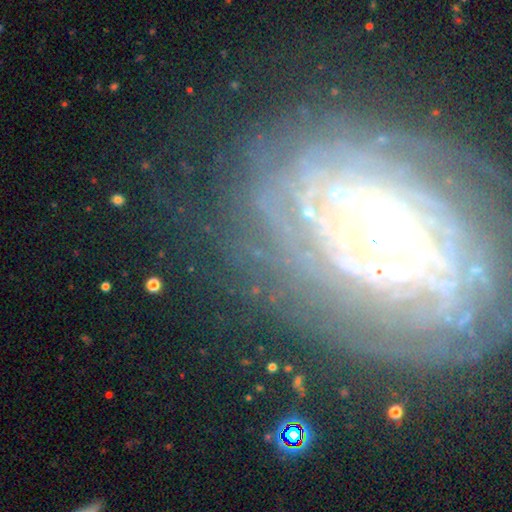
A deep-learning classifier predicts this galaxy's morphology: A featured or disk galaxy (80%) with no bar (77%), tight (80%) spiral arms (88%) and a moderate central bulge (49%).

Vote fractions:
- Smooth or featured? featured or disk: 80% / star or artifact: 10% / smooth: 9%
- Edge-on disk? no: 95% / yes: 5%
- Bar? no: 77% / weak: 16% / strong: 8%
- Spiral arms? yes: 88% / no: 12%
- Spiral winding? tight: 80% / medium: 15% / loose: 5%
- Spiral arm count? can't tell: 41% / more than 4: 20% / 2: 11% / 4: 11% / 3: 10% / 1: 8%
- Bulge size? moderate: 49% / small: 36% / large: 10% / dominant: 2% / none: 2%
- Merging? none: 75% / minor disturbance: 14% / major disturbance: 9% / merger: 2%